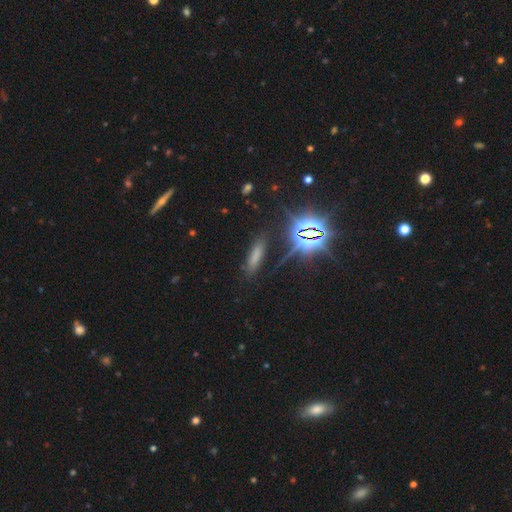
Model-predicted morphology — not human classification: smooth 56%, star or artifact 32%, featured or disk 12%. Down the decision tree: how rounded — cigar-shaped (68%); merging — none (80%).